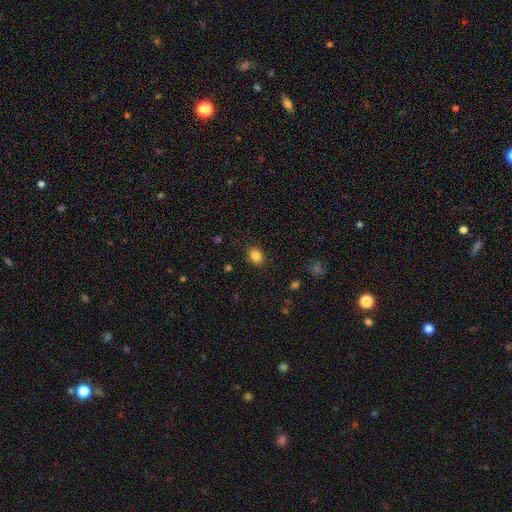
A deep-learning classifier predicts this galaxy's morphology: Overall: smooth (83%). How rounded: in between (50%; round 49%). Merging: none (86%).